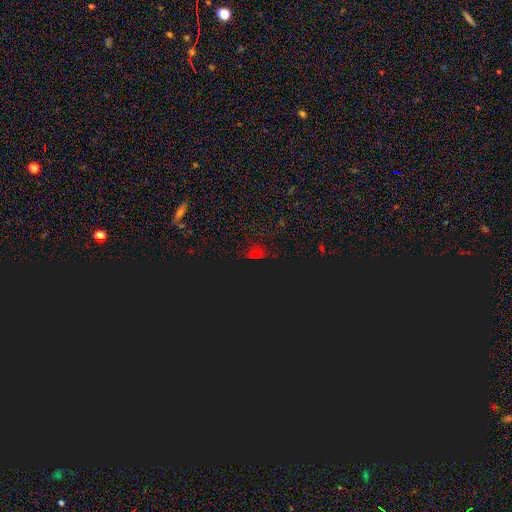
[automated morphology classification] Smooth or featured? star or artifact (67%)